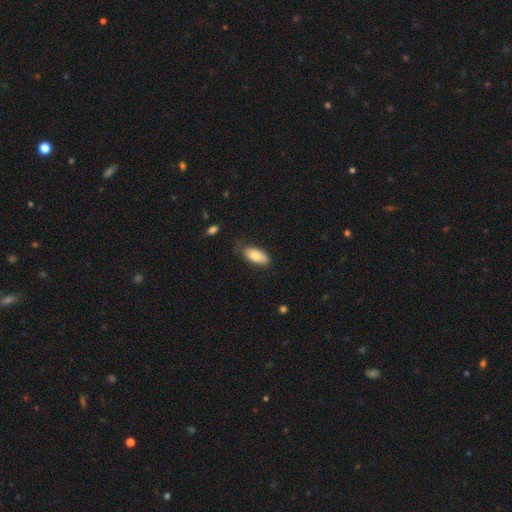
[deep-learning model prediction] smooth 83%, featured or disk 11%, star or artifact 7%. Down the decision tree: how rounded — in between (88%); merging — none (66%).